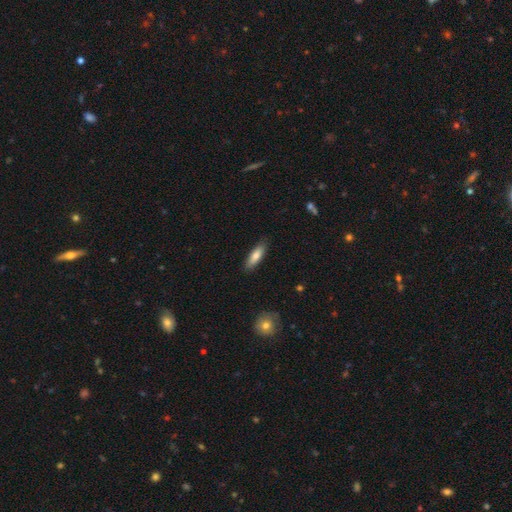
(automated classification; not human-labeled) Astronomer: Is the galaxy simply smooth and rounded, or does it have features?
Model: smooth — 76%.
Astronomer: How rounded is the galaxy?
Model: cigar-shaped — 56% (runner-up: in between, 42%).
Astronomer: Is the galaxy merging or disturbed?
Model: none — 86%.